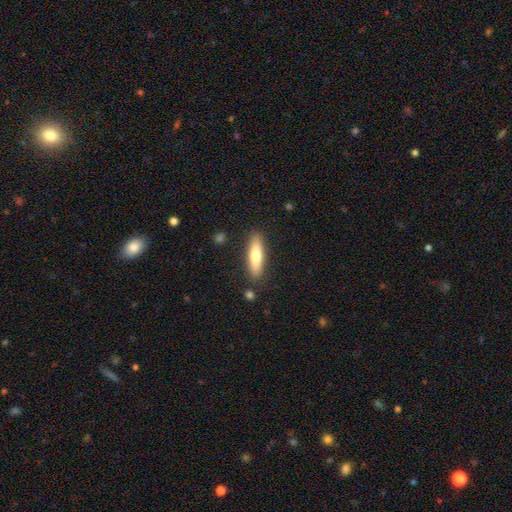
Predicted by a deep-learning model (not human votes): Smooth or featured? Predicted: smooth (p=0.70). How rounded? Predicted: cigar-shaped (p=0.64). Merging? Predicted: none (p=0.86).